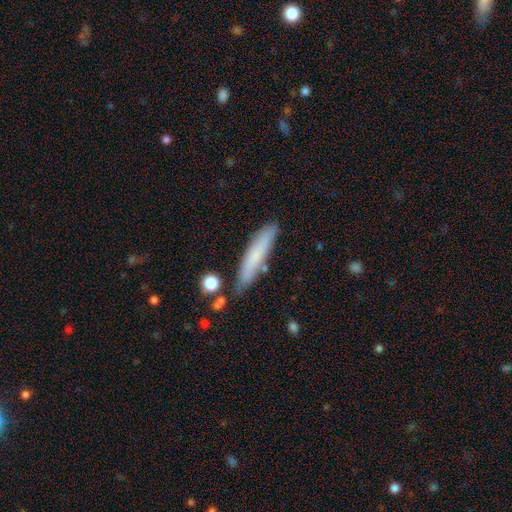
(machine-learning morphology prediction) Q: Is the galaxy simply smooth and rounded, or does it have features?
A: smooth — 71%.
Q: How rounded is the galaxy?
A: cigar-shaped — 86%.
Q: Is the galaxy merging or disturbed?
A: none — 74%.